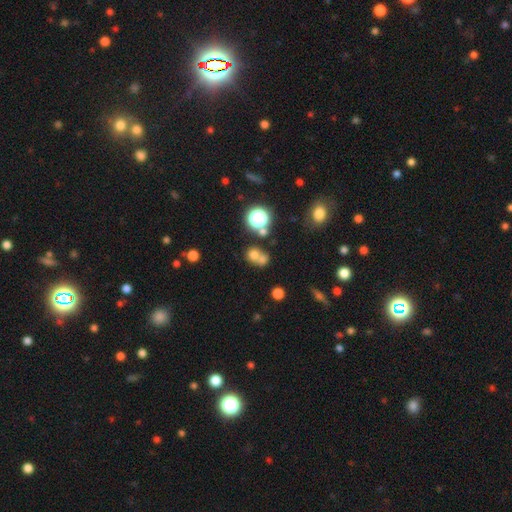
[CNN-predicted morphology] type=smooth (68%); roundness=round (80%); merging=merger (47%).